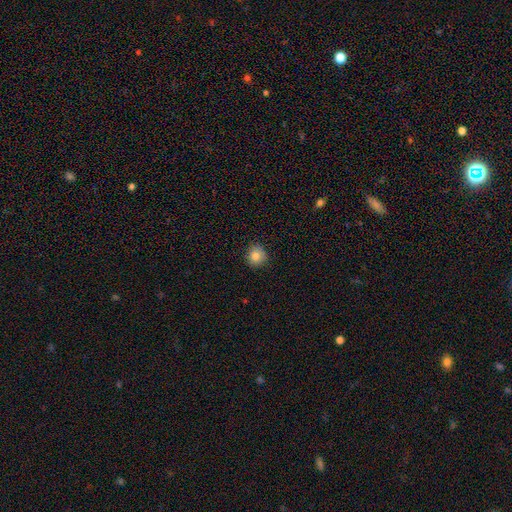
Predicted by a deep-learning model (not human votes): A smooth galaxy with no disk features (82%) that is round (89%).

Vote fractions:
- Smooth or featured? smooth: 82% / star or artifact: 10% / featured or disk: 8%
- How rounded? round: 89% / in between: 10% / cigar-shaped: 1%
- Merging? none: 84% / minor disturbance: 13% / major disturbance: 2% / merger: 1%